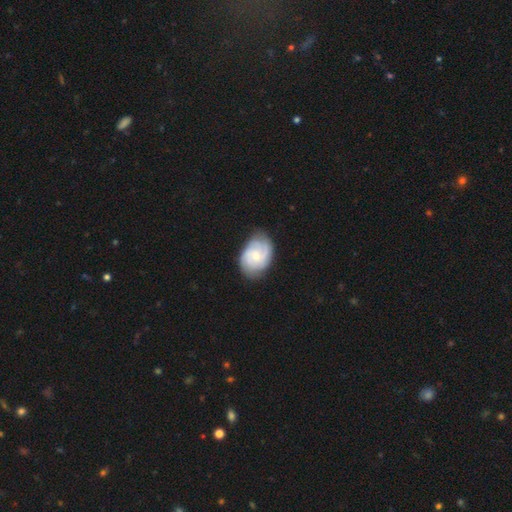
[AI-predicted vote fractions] Overall: featured or disk (72%). Edge-on disk: no (98%). Bar: no (61%; weak 35%). Spiral arms: yes (94%). Spiral arm count: 2 (40%; can't tell 24%). Spiral winding: tight (50%; medium 39%). Bulge size: small (57%; moderate 37%). Merging: none (74%).